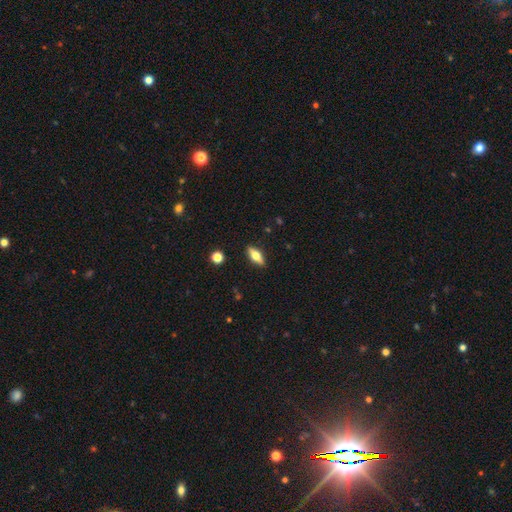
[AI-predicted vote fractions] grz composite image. It shows a smooth galaxy with no disk features (51%) that is in between round and cigar-shaped (63%). Merging: none (88%).